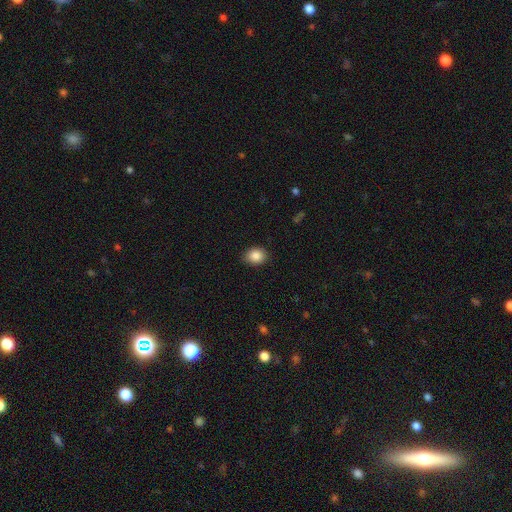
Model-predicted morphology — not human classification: Smooth or featured? smooth (87%)
How rounded? round (50%)
Merging? none (87%)